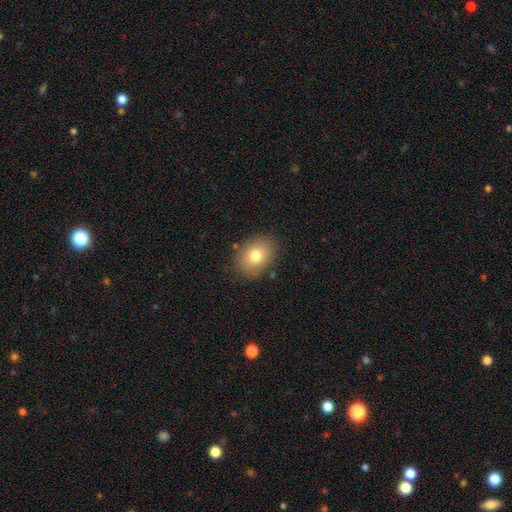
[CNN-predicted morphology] Smooth or featured?
  - smooth: 77% *
  - featured or disk: 13%
  - star or artifact: 10%
How rounded?
  - in between: 69% *
  - round: 30%
  - cigar-shaped: 1%
Merging?
  - none: 84% *
  - minor disturbance: 11%
  - major disturbance: 3%
  - merger: 2%